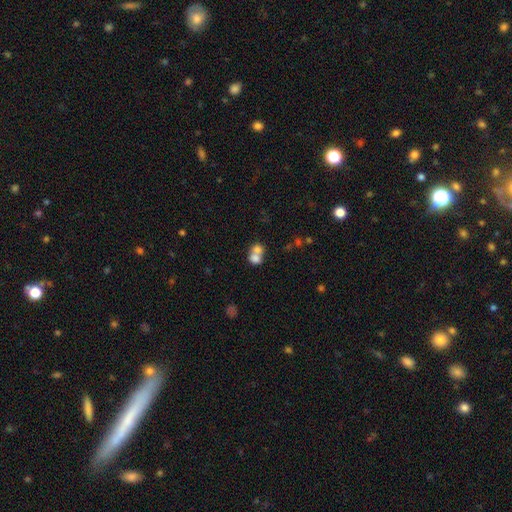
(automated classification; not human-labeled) Smooth or featured: smooth — 73% (featured or disk — 17%)
How rounded: round — 59% (in between — 40%)
Merging: merger — 67% (none — 24%)